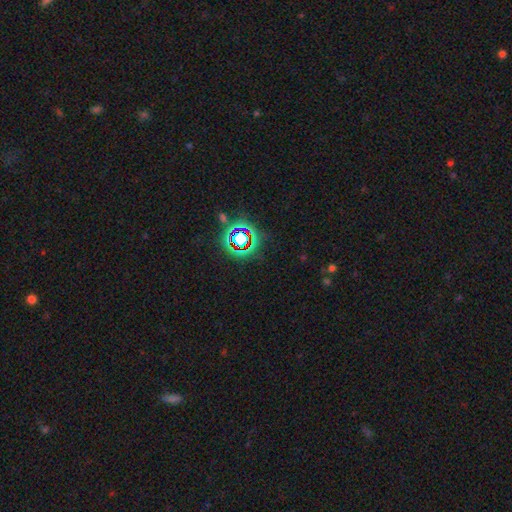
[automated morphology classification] Smooth or featured? star or artifact (64%)